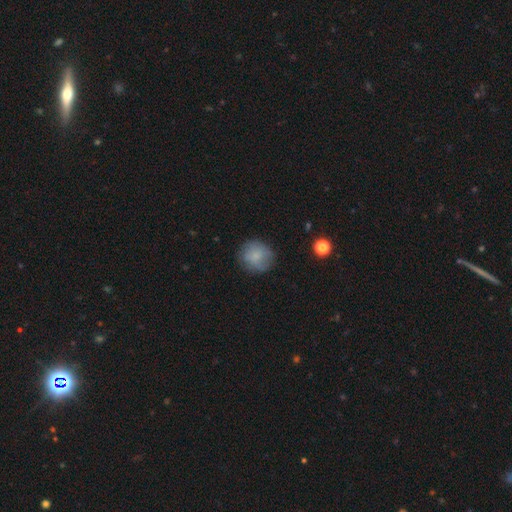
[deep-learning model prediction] Q: Smooth or featured?
A: smooth (77%); runner-up: featured or disk (15%)
Q: How rounded?
A: round (88%); runner-up: in between (11%)
Q: Merging?
A: none (77%); runner-up: minor disturbance (17%)